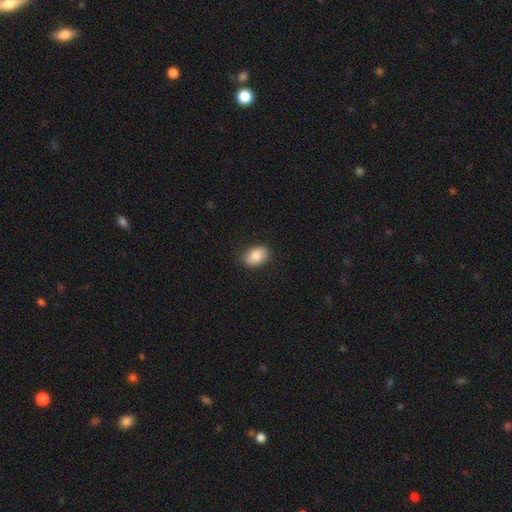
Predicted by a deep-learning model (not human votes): This appears to be a smooth galaxy with no disk features (82%) that is in between round and cigar-shaped (80%). Merging: none (87%).